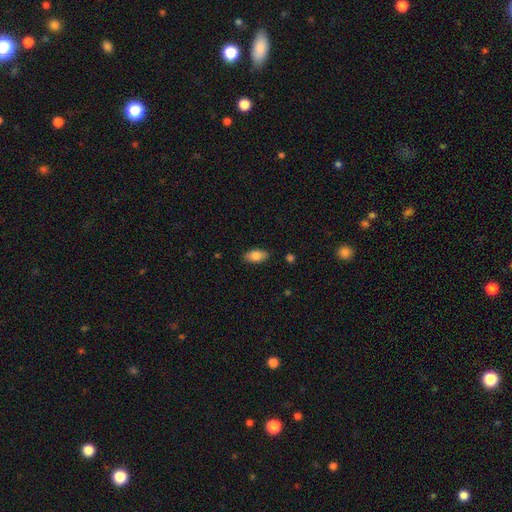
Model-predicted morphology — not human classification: Smooth or featured? smooth (83%)
How rounded? in between (91%)
Merging? none (86%)